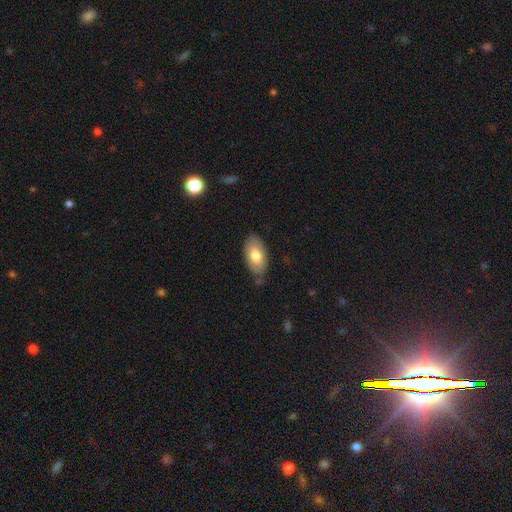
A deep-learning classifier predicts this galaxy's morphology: smooth-or-featured: smooth: 73% | featured or disk: 21% | star or artifact: 6%
  how-rounded: in between: 94% | round: 4% | cigar-shaped: 2%
  merging: none: 76% | minor disturbance: 17% | major disturbance: 3% | merger: 3%